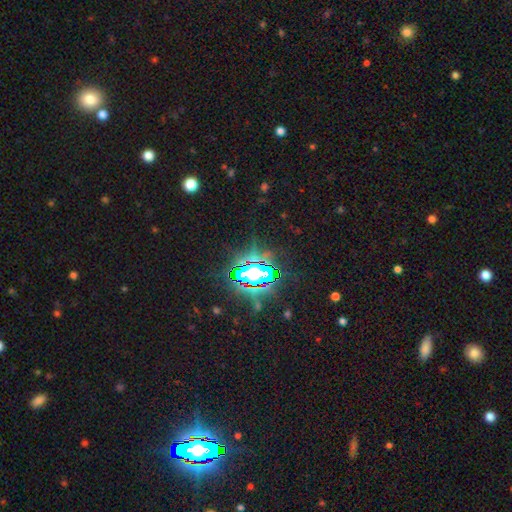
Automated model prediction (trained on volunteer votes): A star or artifact, not a galaxy (80%).

Vote fractions:
- Smooth or featured? star or artifact: 80% / smooth: 11% / featured or disk: 9%